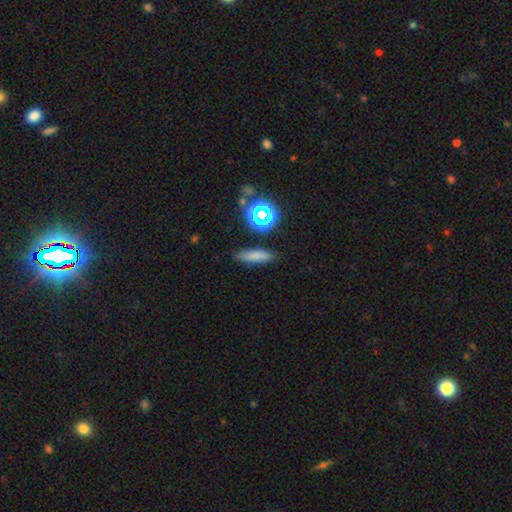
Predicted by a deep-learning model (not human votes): This is likely a smooth galaxy (71%). How rounded: likely cigar-shaped (69%). Merging: clearly none (83%).